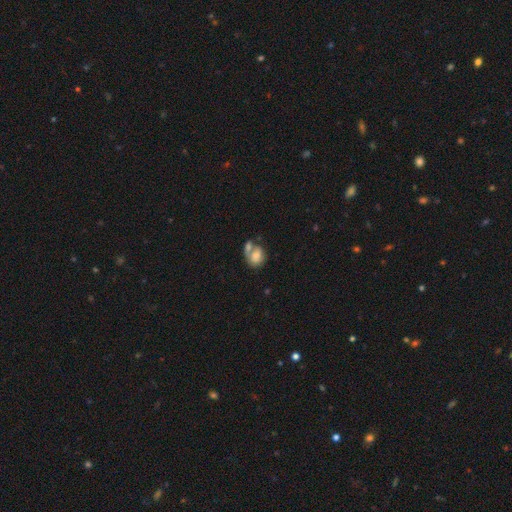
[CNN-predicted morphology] type=smooth (70%); roundness=in between (57%); merging=merger (52%).